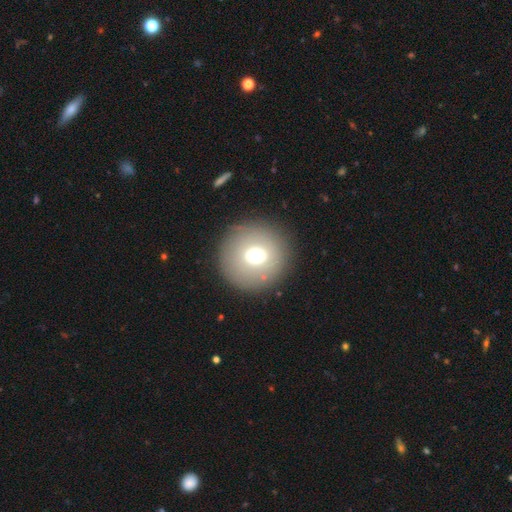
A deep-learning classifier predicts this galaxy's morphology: Smooth or featured? smooth (66%)
How rounded? round (94%)
Merging? none (87%)